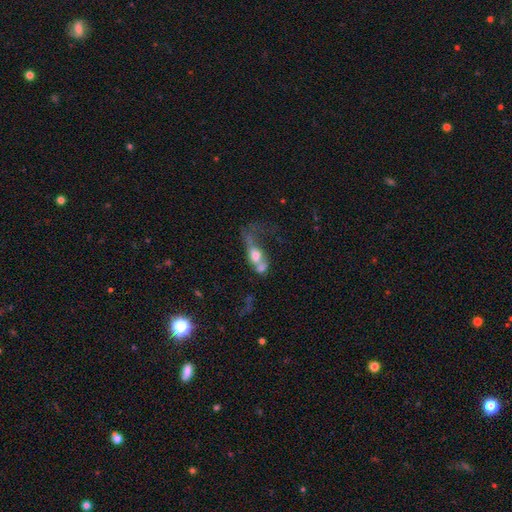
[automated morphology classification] Overall: smooth (50%; featured or disk 39%). How rounded: in between (61%; round 24%). Merging: merger (53%; major disturbance 27%).